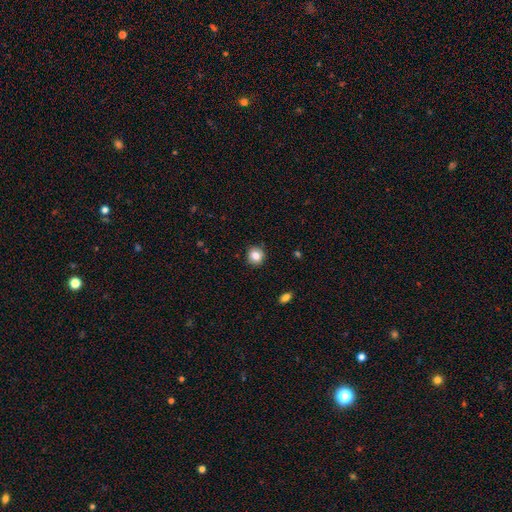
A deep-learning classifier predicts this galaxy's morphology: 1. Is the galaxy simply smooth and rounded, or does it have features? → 81% smooth, 10% star or artifact, 8% featured or disk.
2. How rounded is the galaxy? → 89% round, 10% in between, 1% cigar-shaped.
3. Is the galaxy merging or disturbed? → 89% none, 8% minor disturbance, 2% major disturbance, 1% merger.